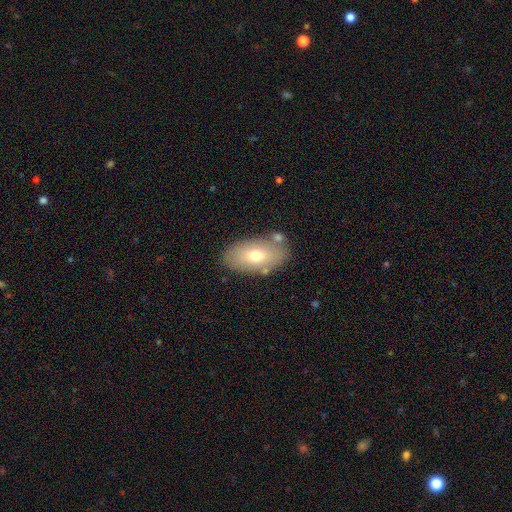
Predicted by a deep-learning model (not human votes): smooth-or-featured: smooth: 67% | featured or disk: 25% | star or artifact: 8%
  how-rounded: in between: 92% | round: 6% | cigar-shaped: 2%
  merging: none: 76% | minor disturbance: 14% | merger: 6% | major disturbance: 4%